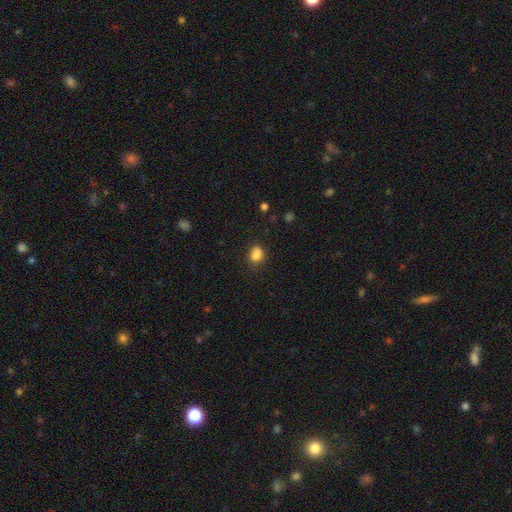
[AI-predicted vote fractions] Morphology: type=smooth (83%); roundness=in between (57%); merging=none (64%).